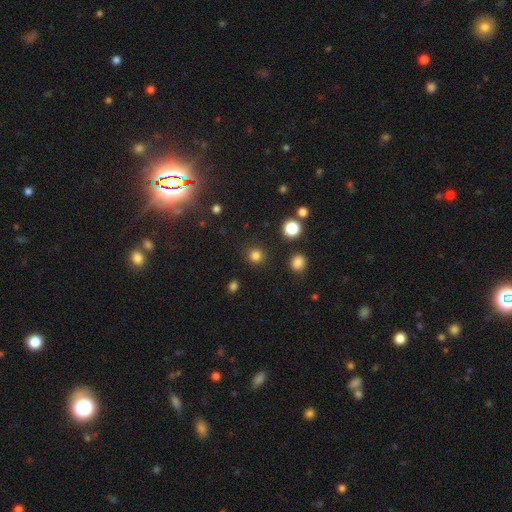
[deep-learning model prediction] Smooth or featured? Predicted: smooth (p=0.81). How rounded? Predicted: round (p=0.93). Merging? Predicted: none (p=0.90).